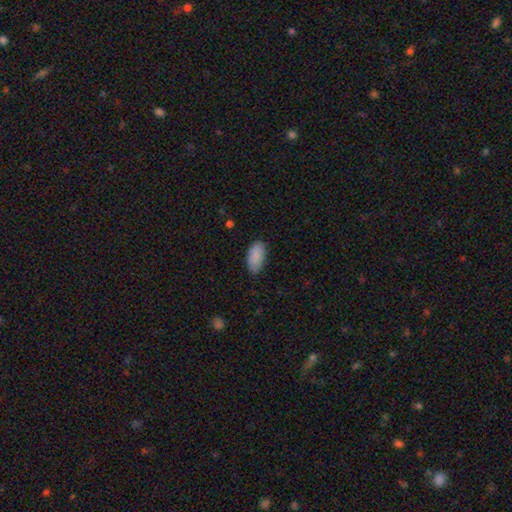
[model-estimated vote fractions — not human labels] Smooth or featured: smooth — 89% (star or artifact — 7%)
How rounded: in between — 93% (cigar-shaped — 4%)
Merging: none — 75% (minor disturbance — 20%)